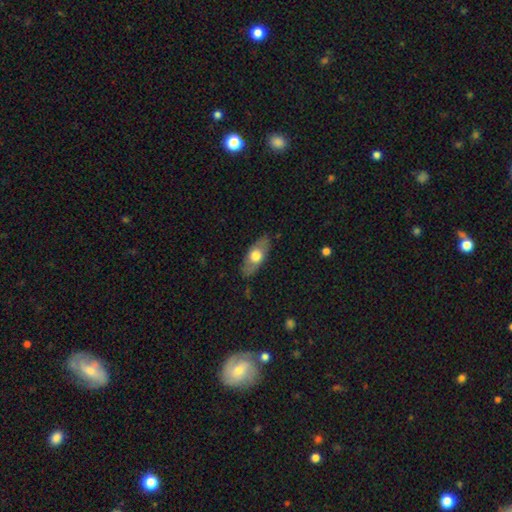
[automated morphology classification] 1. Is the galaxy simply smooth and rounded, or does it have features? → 55% smooth, 40% featured or disk, 6% star or artifact.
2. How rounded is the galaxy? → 80% in between, 15% cigar-shaped, 5% round.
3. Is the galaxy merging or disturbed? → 82% none, 14% minor disturbance, 3% major disturbance, 1% merger.